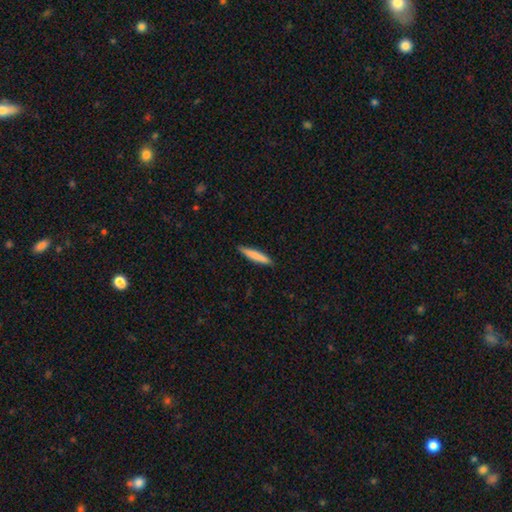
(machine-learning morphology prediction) This appears to be a smooth galaxy with no disk features (79%) that is cigar-shaped (92%). Merging: none (90%).